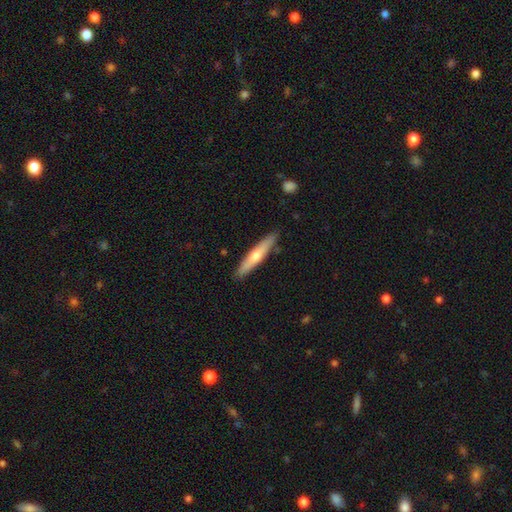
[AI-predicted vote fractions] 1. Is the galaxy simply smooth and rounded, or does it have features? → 47% smooth (tied), 47% featured or disk (tied), 6% star or artifact.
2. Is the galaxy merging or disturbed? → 89% none, 8% minor disturbance, 1% major disturbance, 1% merger.